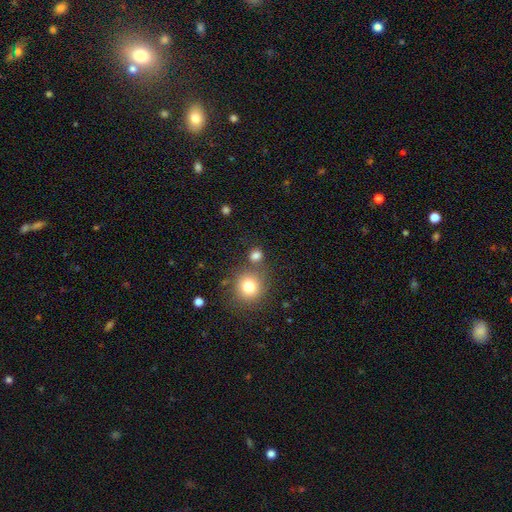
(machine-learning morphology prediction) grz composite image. It shows a smooth galaxy with no disk features (79%) that is round (83%). Merging: none (69%).